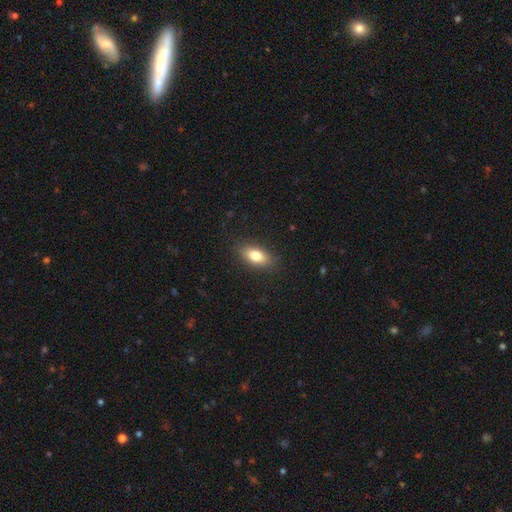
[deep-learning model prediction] Smooth or featured? Predicted: smooth (p=0.78). How rounded? Predicted: in between (p=0.84). Merging? Predicted: none (p=0.87).